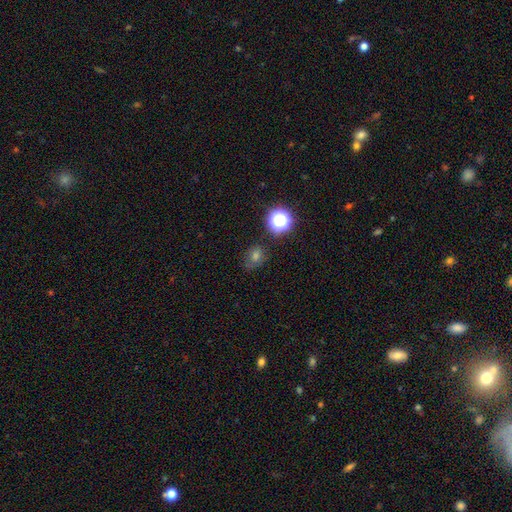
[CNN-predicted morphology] This appears to be a smooth galaxy with no disk features (57%) that is round (72%). Merging: none (74%).